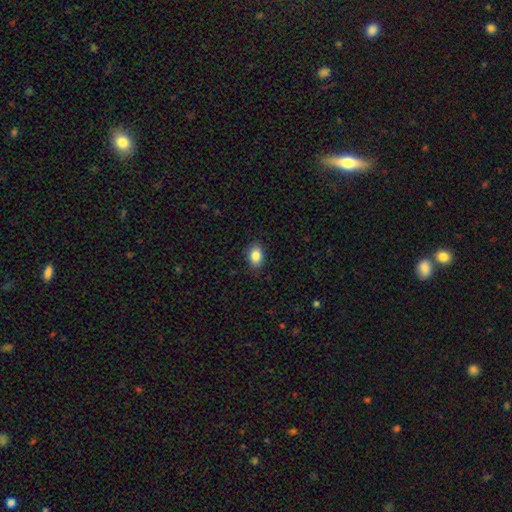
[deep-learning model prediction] smooth_or_featured: smooth (p=0.86) [alt: star or artifact p=0.08]
how_rounded: in between (p=0.82) [alt: round p=0.17]
merging: none (p=0.88) [alt: minor disturbance p=0.09]